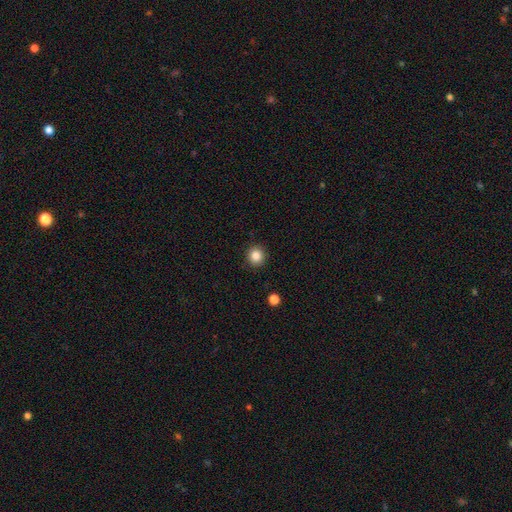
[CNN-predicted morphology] A smooth galaxy with no disk features (86%) that is round (91%). Merging: none (92%).